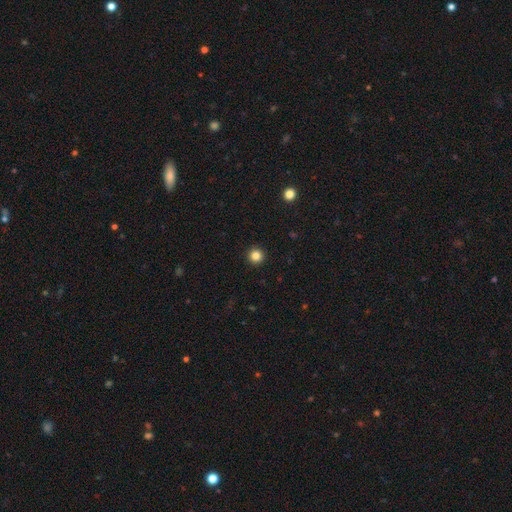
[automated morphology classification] Smooth or featured?
  - smooth: 84% *
  - star or artifact: 12%
  - featured or disk: 4%
How rounded?
  - round: 96% *
  - in between: 3%
  - cigar-shaped: 1%
Merging?
  - none: 94% *
  - minor disturbance: 4%
  - major disturbance: 1%
  - merger: 1%